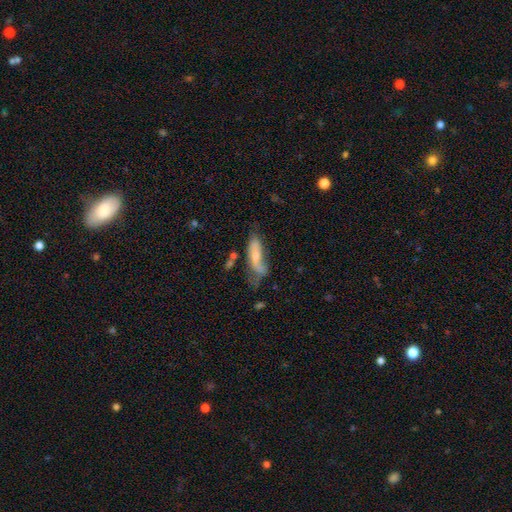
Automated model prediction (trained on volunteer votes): smooth 49%, featured or disk 43%, star or artifact 7%. Down the decision tree: merging — none (35%).